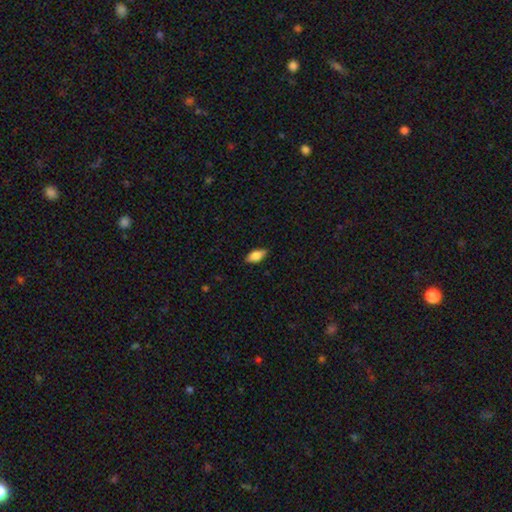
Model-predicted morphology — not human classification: This appears to be a smooth galaxy with no disk features (77%) that is in between round and cigar-shaped (85%). Merging: none (86%).